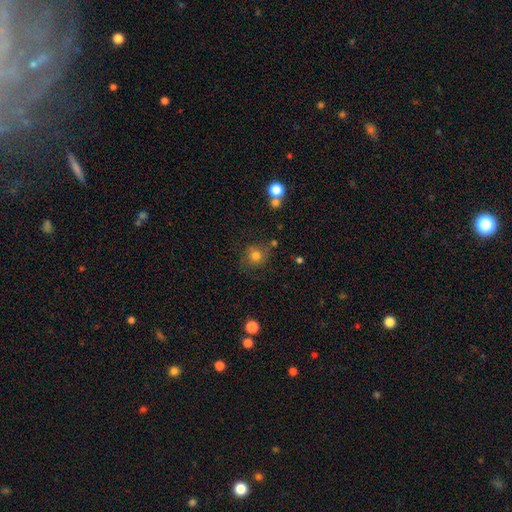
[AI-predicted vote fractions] A smooth galaxy with no disk features (72%) that is round (84%). Merging: none (70%).